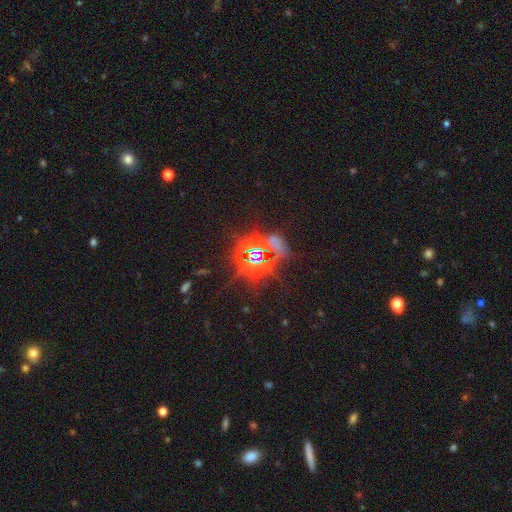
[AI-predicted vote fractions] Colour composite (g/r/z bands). It shows a star or artifact, not a galaxy (81%).